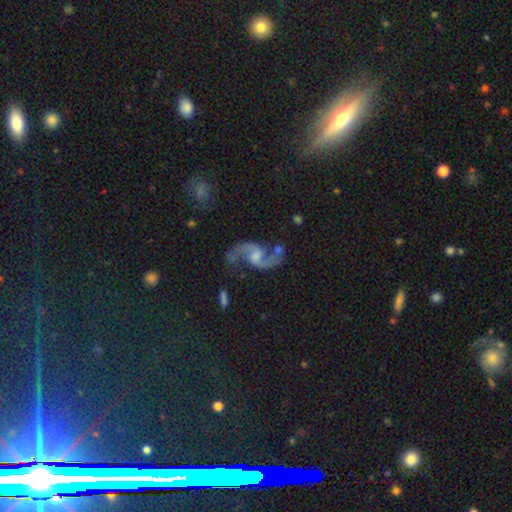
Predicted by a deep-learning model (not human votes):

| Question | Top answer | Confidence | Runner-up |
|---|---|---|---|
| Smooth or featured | featured or disk | 90% | star or artifact (6%) |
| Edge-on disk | no | 98% | yes (2%) |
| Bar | no | 48% | weak (42%) |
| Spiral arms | yes | 98% | no (2%) |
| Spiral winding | loose | 71% | medium (24%) |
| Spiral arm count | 2 | 94% | 1 (1%) |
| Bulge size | moderate | 40% | small (36%) |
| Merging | none | 73% | minor disturbance (14%) |